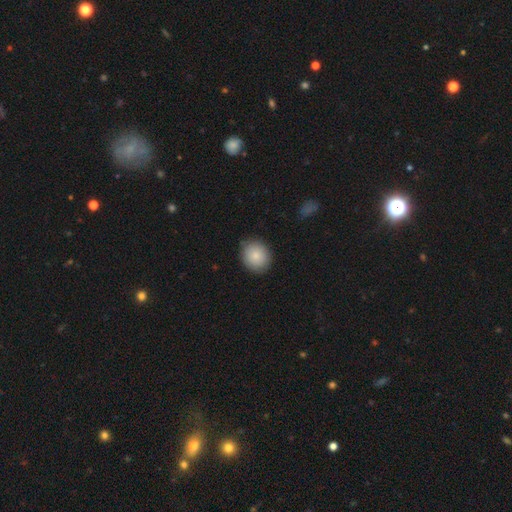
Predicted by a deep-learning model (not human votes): smooth 85%, featured or disk 8%, star or artifact 7%. Down the decision tree: how rounded — round (74%); merging — none (87%).